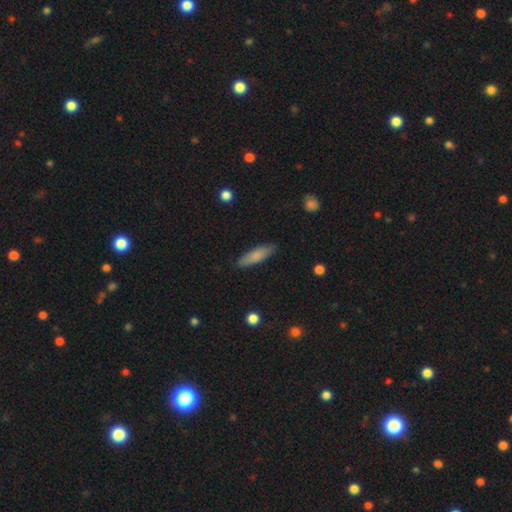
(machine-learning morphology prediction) Overall: smooth (78%). How rounded: cigar-shaped (61%; in between 37%). Merging: none (86%).